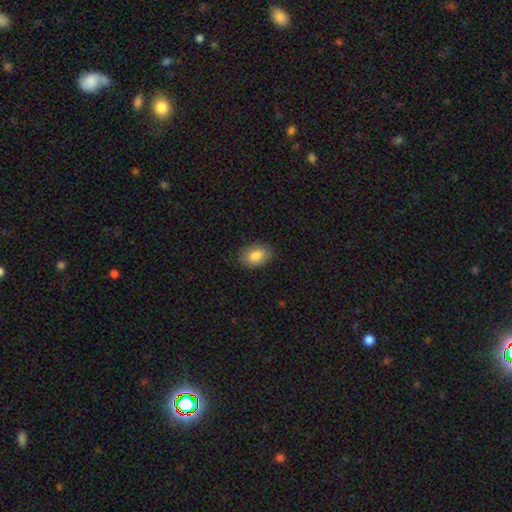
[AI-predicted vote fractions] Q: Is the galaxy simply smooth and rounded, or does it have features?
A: smooth — 86%.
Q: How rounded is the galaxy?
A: in between — 85%.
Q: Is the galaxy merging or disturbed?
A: none — 85%.